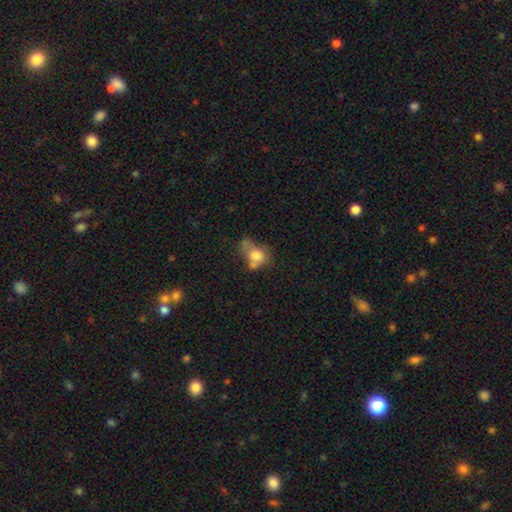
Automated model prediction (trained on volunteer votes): smooth_or_featured: smooth (p=0.69) [alt: featured or disk p=0.20]
how_rounded: in between (p=0.59) [alt: round p=0.39]
merging: merger (p=0.33) [alt: none p=0.26]